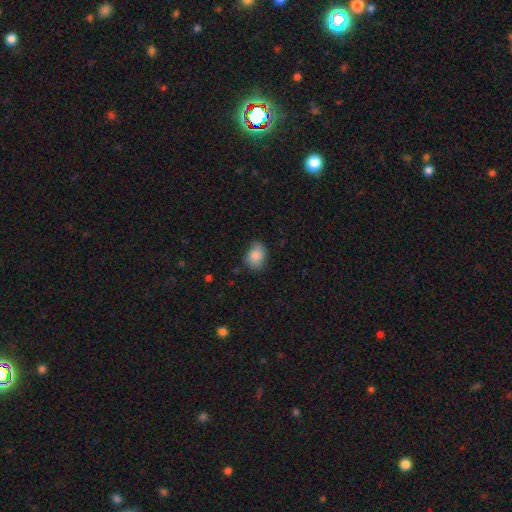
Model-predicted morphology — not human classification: smooth-or-featured: smooth: 86% | star or artifact: 8% | featured or disk: 7%
  how-rounded: in between: 67% | round: 32% | cigar-shaped: 1%
  merging: none: 68% | minor disturbance: 25% | major disturbance: 5% | merger: 1%